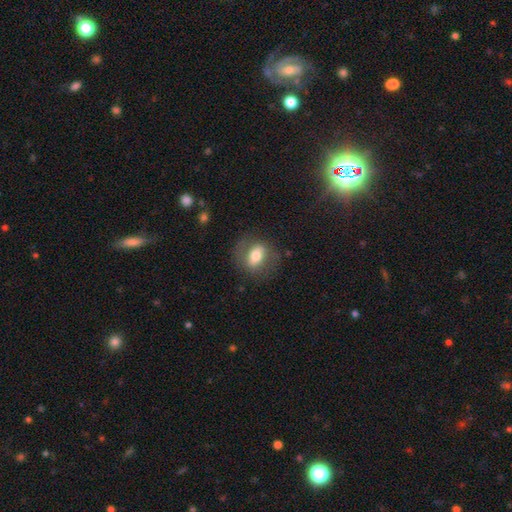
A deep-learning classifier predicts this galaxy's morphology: Smooth or featured?
  - smooth: 59% *
  - featured or disk: 33%
  - star or artifact: 8%
How rounded?
  - in between: 71% *
  - round: 26%
  - cigar-shaped: 3%
Merging?
  - none: 71% *
  - minor disturbance: 17%
  - major disturbance: 10%
  - merger: 2%